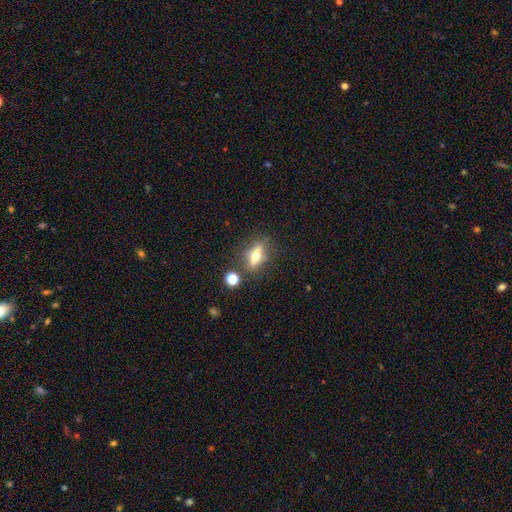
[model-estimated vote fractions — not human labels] Overall: featured or disk (51%; smooth 39%). Edge-on disk: yes (80%). Merging: none (77%).